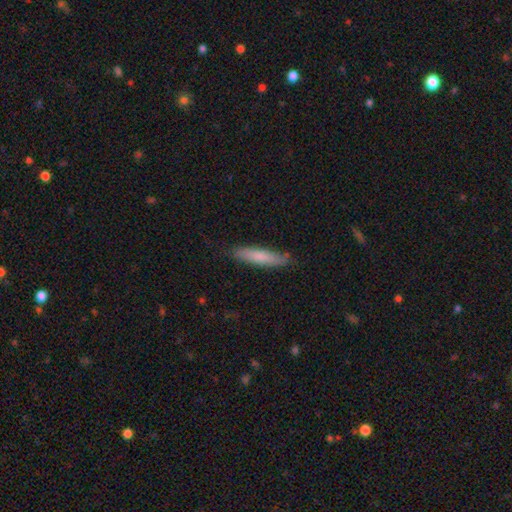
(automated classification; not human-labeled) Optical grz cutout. It shows a smooth galaxy with no disk features (72%) that is cigar-shaped (89%). Merging: none (84%).